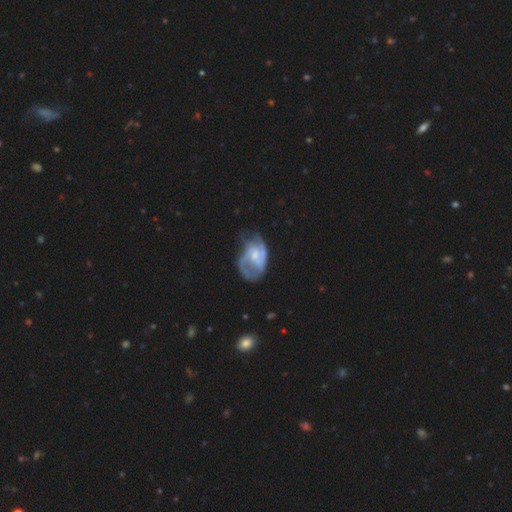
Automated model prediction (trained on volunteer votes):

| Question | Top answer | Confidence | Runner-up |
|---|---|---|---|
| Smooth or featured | featured or disk | 72% | smooth (21%) |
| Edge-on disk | no | 97% | yes (3%) |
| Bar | no | 55% | weak (38%) |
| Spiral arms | yes | 75% | no (25%) |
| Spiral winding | medium | 44% | loose (30%) |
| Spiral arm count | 2 | 44% | can't tell (30%) |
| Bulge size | small | 43% | moderate (34%) |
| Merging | none | 39% | major disturbance (32%) |